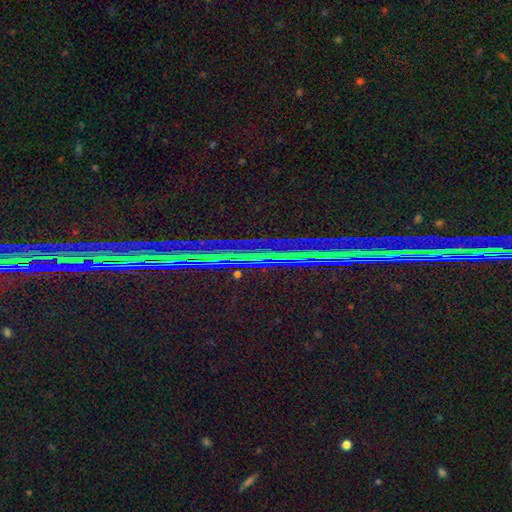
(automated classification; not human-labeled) A star or artifact, not a galaxy (86%).